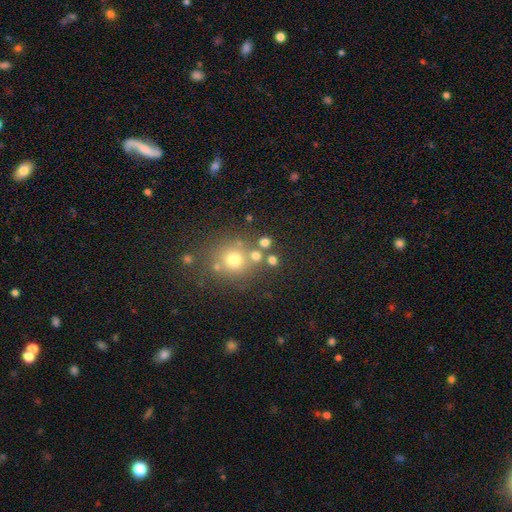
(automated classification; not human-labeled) Q: Smooth or featured?
A: smooth (68%); runner-up: star or artifact (19%)
Q: How rounded?
A: round (89%); runner-up: in between (10%)
Q: Merging?
A: none (70%); runner-up: merger (15%)